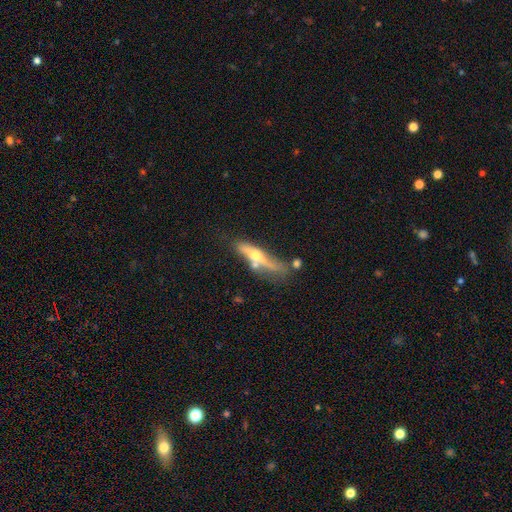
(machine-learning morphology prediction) Smooth or featured?
  - featured or disk: 61% *
  - smooth: 32%
  - star or artifact: 7%
Edge-on disk?
  - yes: 87% *
  - no: 13%
Edge-on bulge?
  - rounded: 92% *
  - none: 5%
  - boxy: 3%
Merging?
  - none: 49% *
  - minor disturbance: 22%
  - merger: 18%
  - major disturbance: 10%